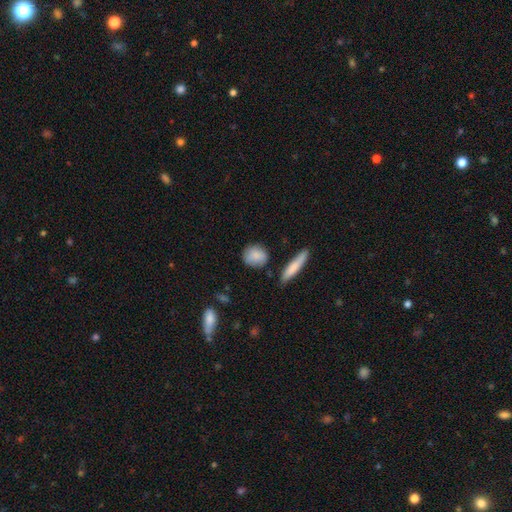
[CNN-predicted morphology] type=smooth (85%); roundness=round (66%); merging=none (78%).